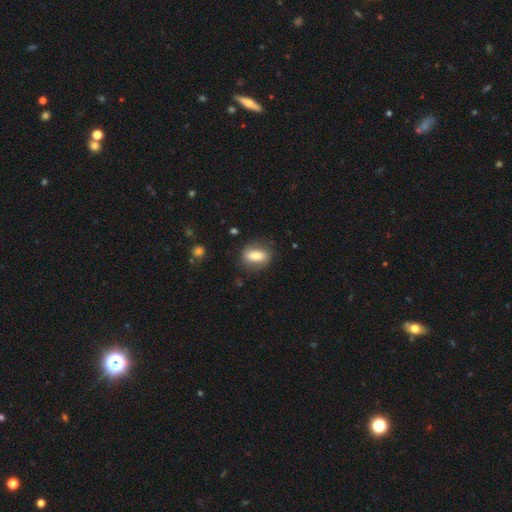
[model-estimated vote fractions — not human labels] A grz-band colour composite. It shows a smooth galaxy with no disk features (75%) that is in between round and cigar-shaped (76%). Merging: none (79%).